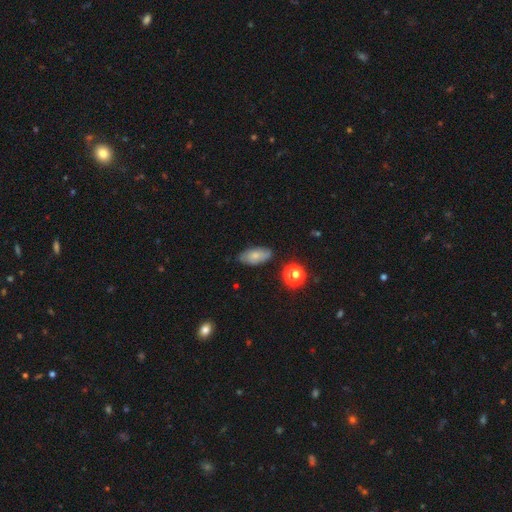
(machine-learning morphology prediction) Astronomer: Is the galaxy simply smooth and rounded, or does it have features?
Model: smooth — 68%.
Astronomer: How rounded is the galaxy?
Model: in between — 90%.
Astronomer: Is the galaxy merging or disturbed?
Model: none — 76%.